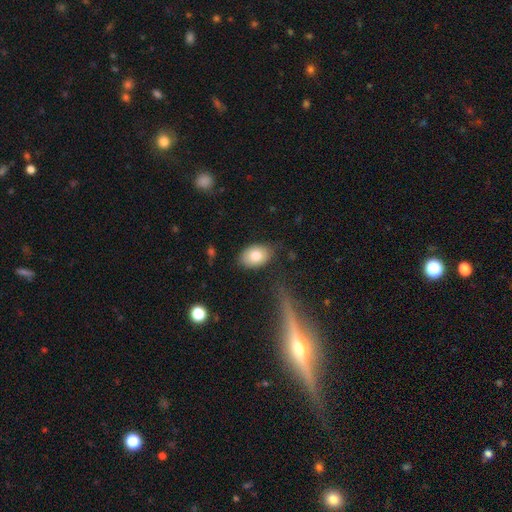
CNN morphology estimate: Q: Smooth or featured?
A: smooth (79%); runner-up: featured or disk (13%)
Q: How rounded?
A: in between (84%); runner-up: round (14%)
Q: Merging?
A: none (79%); runner-up: minor disturbance (15%)